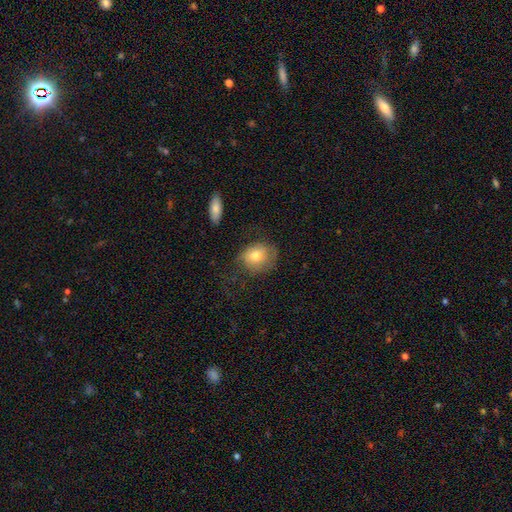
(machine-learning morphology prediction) Overall: smooth (73%). How rounded: round (59%; in between 40%). Merging: none (54%; minor disturbance 25%).